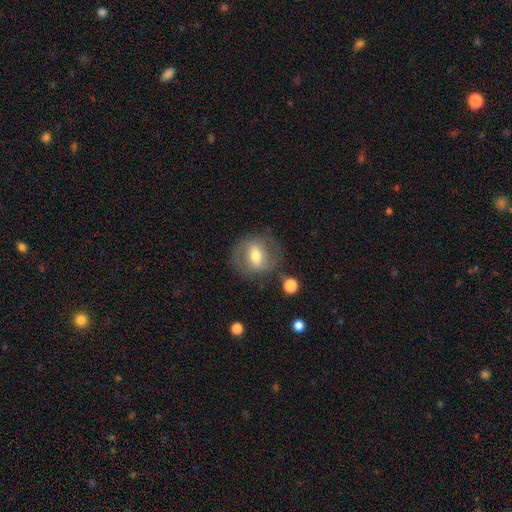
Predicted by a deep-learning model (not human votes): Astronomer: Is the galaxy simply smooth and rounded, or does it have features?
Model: smooth — 49% (runner-up: featured or disk, 43%).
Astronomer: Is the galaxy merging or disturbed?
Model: none — 72%.